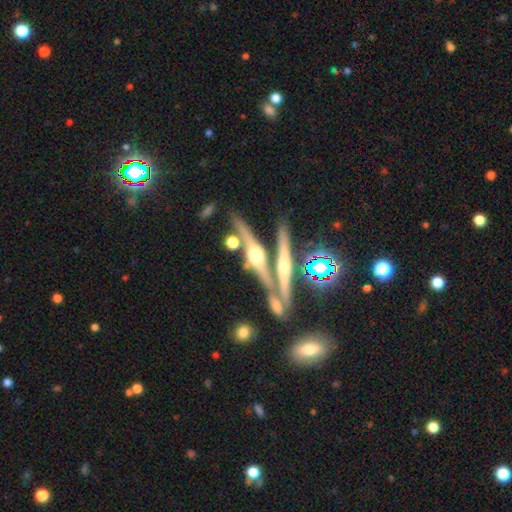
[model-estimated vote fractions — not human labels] A featured or disk galaxy (78%) viewed edge-on (95%) with a rounded central bulge (95%).

Vote fractions:
- Smooth or featured? featured or disk: 78% / smooth: 13% / star or artifact: 9%
- Edge-on disk? yes: 95% / no: 5%
- Edge-on bulge? rounded: 95% / boxy: 3% / none: 2%
- Merging? none: 66% / merger: 21% / minor disturbance: 10% / major disturbance: 3%